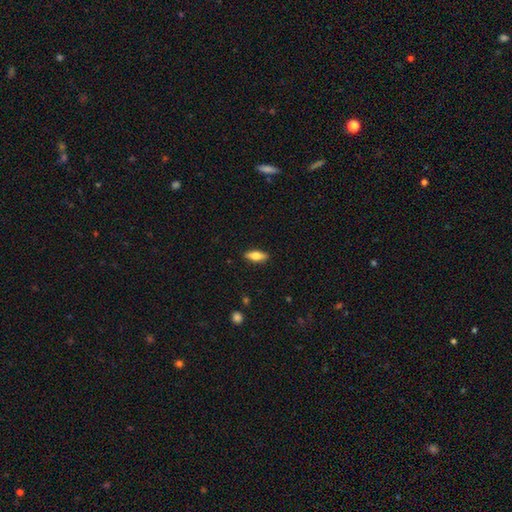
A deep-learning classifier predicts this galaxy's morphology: Overall: smooth (63%; featured or disk 30%). How rounded: in between (67%; cigar-shaped 30%). Merging: none (89%).